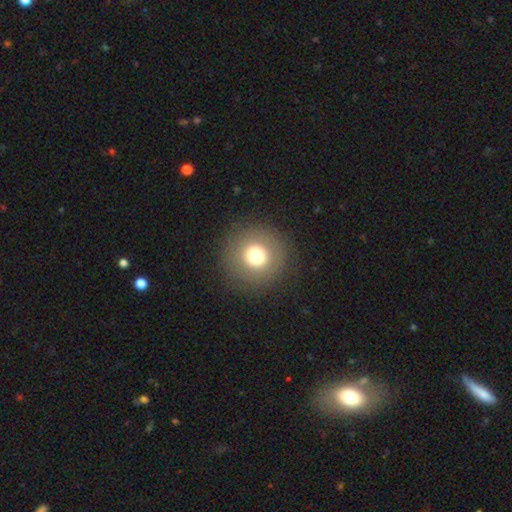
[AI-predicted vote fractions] Smooth or featured: smooth — 71% (star or artifact — 15%)
How rounded: round — 96% (in between — 3%)
Merging: none — 90% (minor disturbance — 6%)